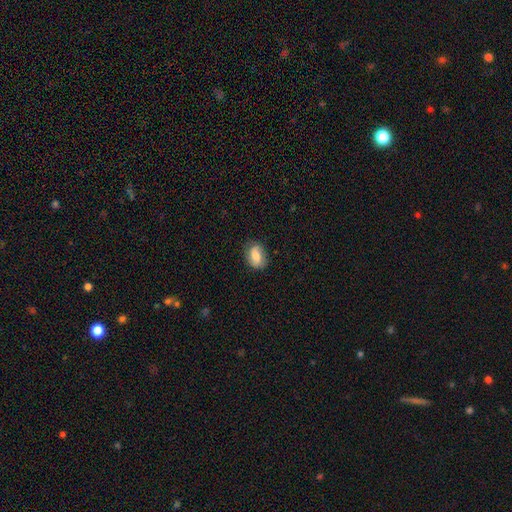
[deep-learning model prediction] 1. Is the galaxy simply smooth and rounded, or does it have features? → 67% smooth, 25% featured or disk, 8% star or artifact.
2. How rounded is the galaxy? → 78% in between, 20% round, 2% cigar-shaped.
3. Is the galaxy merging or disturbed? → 79% none, 16% minor disturbance, 4% major disturbance, 1% merger.